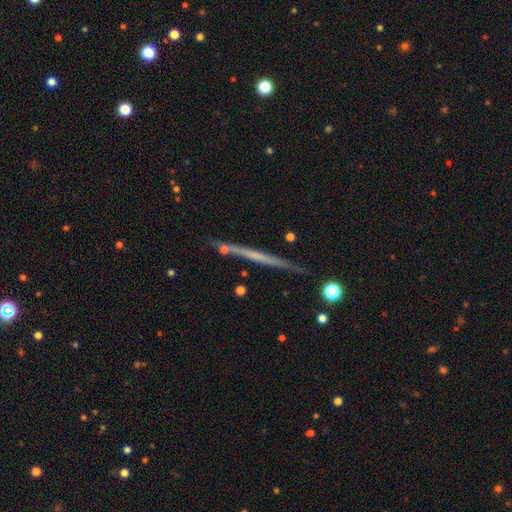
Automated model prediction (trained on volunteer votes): This is likely a featured or disk galaxy (60%). It is clearly viewed edge-on (97%). Edge-on bulge: clearly none (88%). Merging: clearly none (85%).